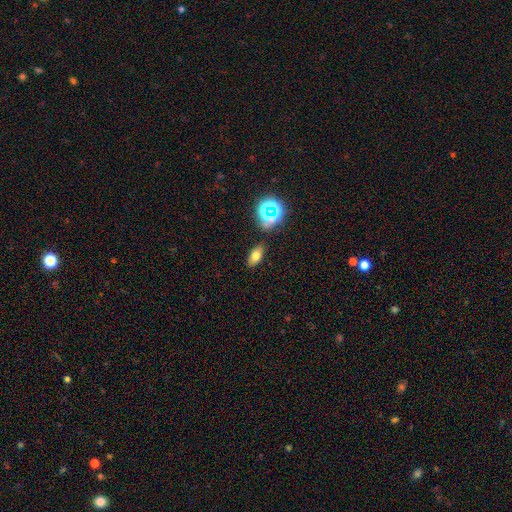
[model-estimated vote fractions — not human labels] Q: Smooth or featured?
A: smooth (68%); runner-up: star or artifact (18%)
Q: How rounded?
A: in between (86%); runner-up: round (8%)
Q: Merging?
A: none (85%); runner-up: minor disturbance (10%)